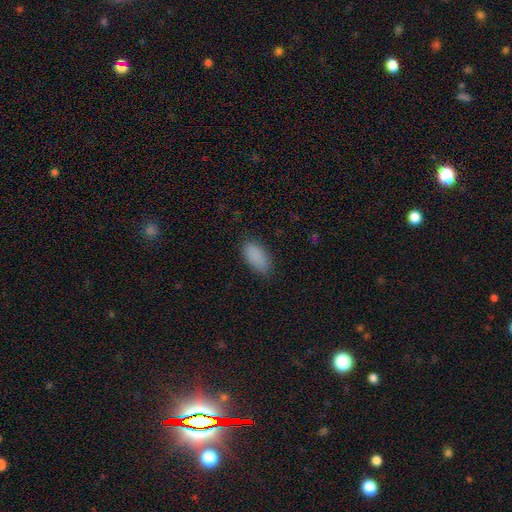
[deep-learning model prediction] Smooth or featured? Predicted: smooth (p=0.89). How rounded? Predicted: in between (p=0.93). Merging? Predicted: none (p=0.82).